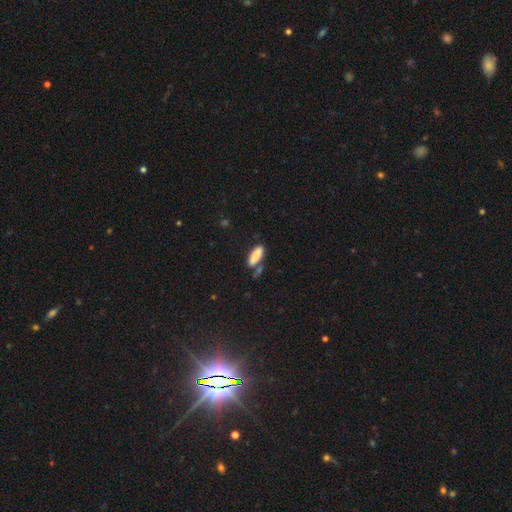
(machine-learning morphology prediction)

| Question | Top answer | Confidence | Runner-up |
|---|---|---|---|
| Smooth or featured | smooth | 85% | featured or disk (8%) |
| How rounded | in between | 54% | cigar-shaped (44%) |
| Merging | none | 64% | minor disturbance (18%) |